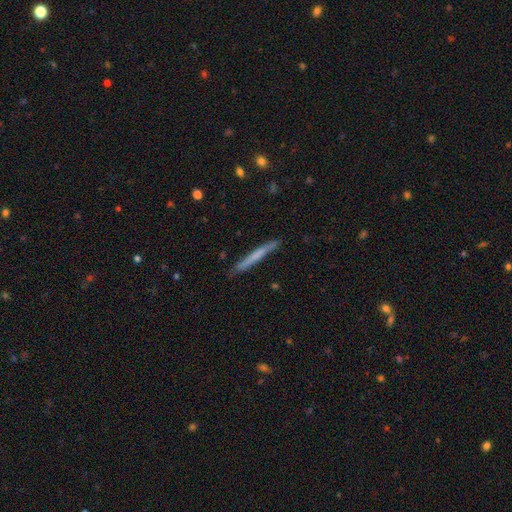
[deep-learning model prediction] Smooth or featured: smooth — 55% (featured or disk — 39%)
How rounded: cigar-shaped — 97% (in between — 2%)
Merging: none — 85% (minor disturbance — 11%)